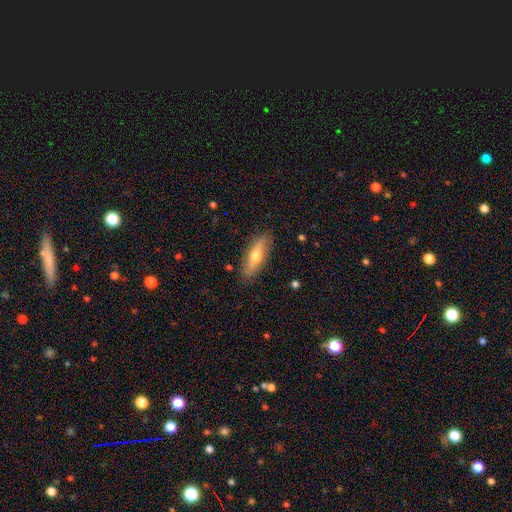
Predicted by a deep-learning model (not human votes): Smooth or featured?
  - smooth: 50% *
  - featured or disk: 44%
  - star or artifact: 6%
Merging?
  - none: 84% *
  - minor disturbance: 12%
  - major disturbance: 3%
  - merger: 1%